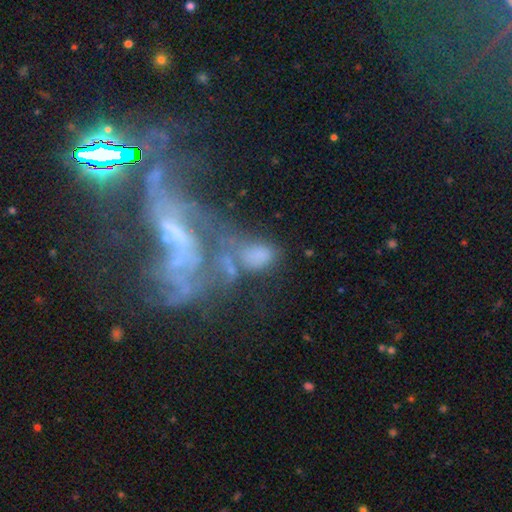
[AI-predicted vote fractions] Morphology: type=featured or disk (42%, tied with smooth); merging=merger (38%).